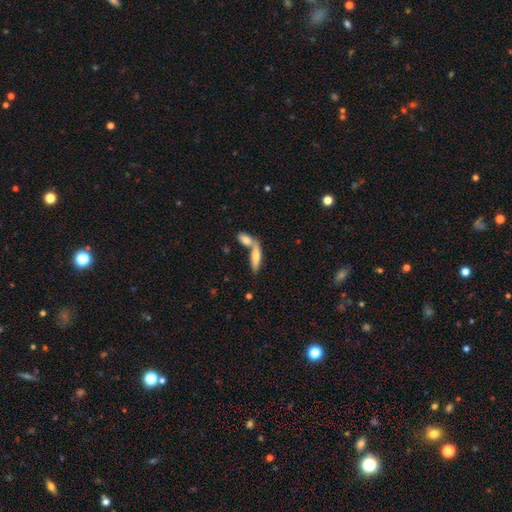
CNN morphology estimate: A smooth galaxy with no disk features (66%) that is cigar-shaped (53%).

Vote fractions:
- Smooth or featured? smooth: 66% / featured or disk: 27% / star or artifact: 7%
- How rounded? cigar-shaped: 53% / in between: 44% / round: 3%
- Merging? merger: 59% / none: 30% / minor disturbance: 8% / major disturbance: 4%